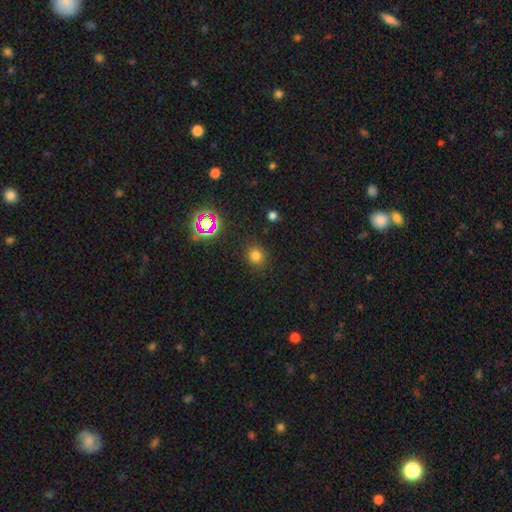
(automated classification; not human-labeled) smooth-or-featured: smooth: 74% | star or artifact: 20% | featured or disk: 6%
  how-rounded: round: 86% | in between: 13% | cigar-shaped: 1%
  merging: none: 87% | minor disturbance: 8% | major disturbance: 3% | merger: 2%